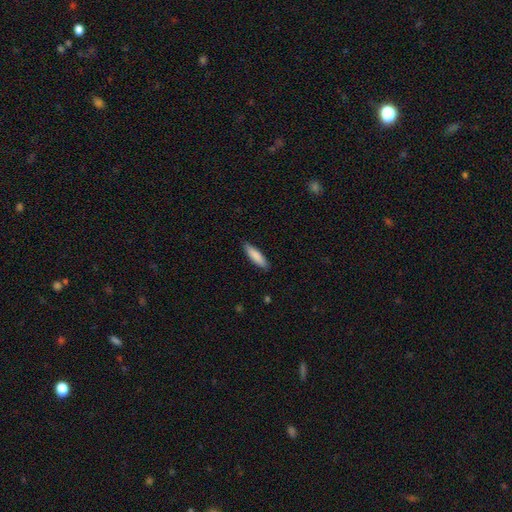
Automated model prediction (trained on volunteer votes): A smooth galaxy with no disk features (86%) that is cigar-shaped (69%). Merging: none (87%).